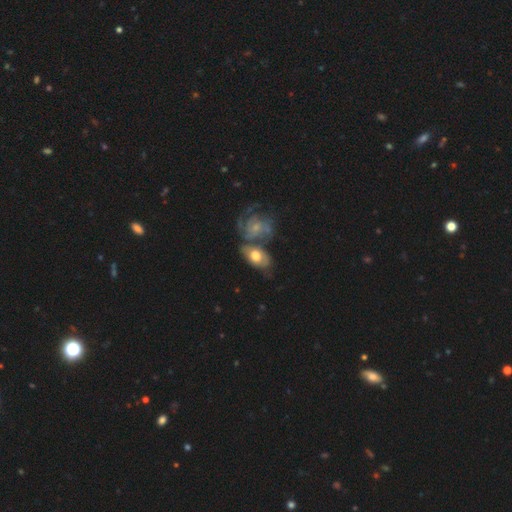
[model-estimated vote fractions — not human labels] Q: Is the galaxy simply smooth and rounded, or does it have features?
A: featured or disk — 50%.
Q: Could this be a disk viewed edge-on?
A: no — 91%.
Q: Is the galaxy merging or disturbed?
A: merger — 41%.